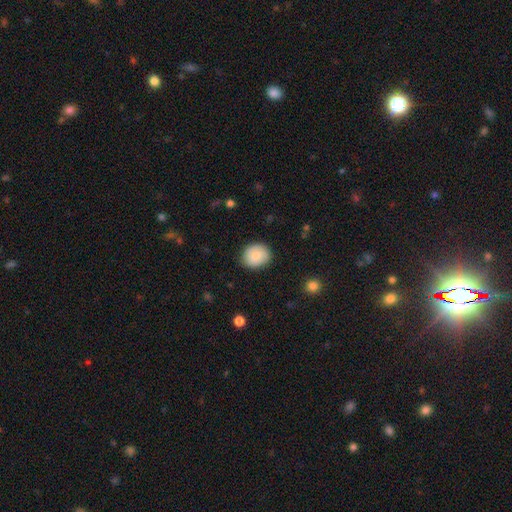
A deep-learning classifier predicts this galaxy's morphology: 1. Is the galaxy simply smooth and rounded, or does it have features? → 79% smooth, 14% featured or disk, 7% star or artifact.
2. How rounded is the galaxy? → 68% round, 31% in between, 1% cigar-shaped.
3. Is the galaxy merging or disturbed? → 84% none, 12% minor disturbance, 3% major disturbance, 1% merger.